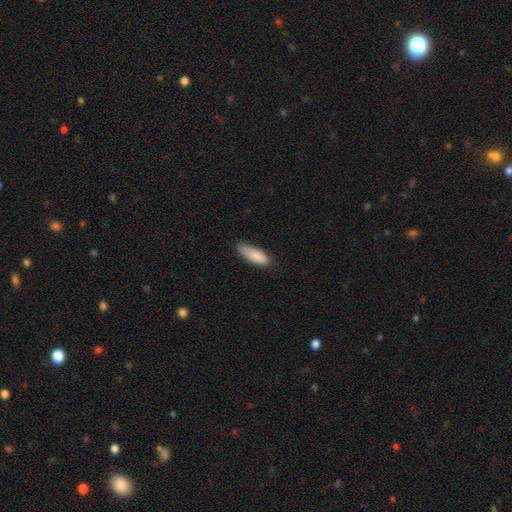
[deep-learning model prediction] Q: Smooth or featured?
A: smooth (87%); runner-up: featured or disk (7%)
Q: How rounded?
A: in between (59%); runner-up: cigar-shaped (39%)
Q: Merging?
A: none (74%); runner-up: minor disturbance (21%)